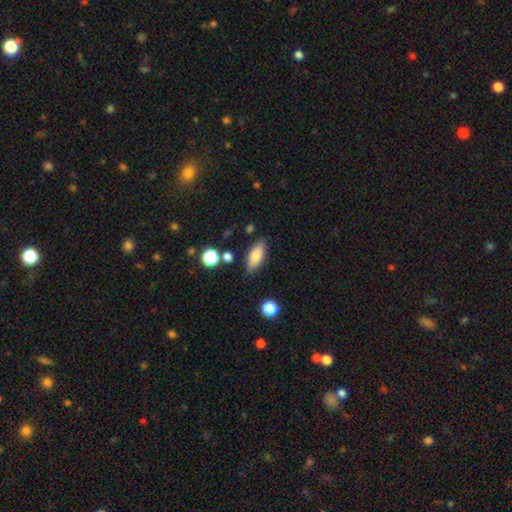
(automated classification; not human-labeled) The model was most divided on "how rounded": in between: 73%, cigar-shaped: 23%, round: 3%. More confident: merging — none (82%); smooth or featured — smooth (77%).